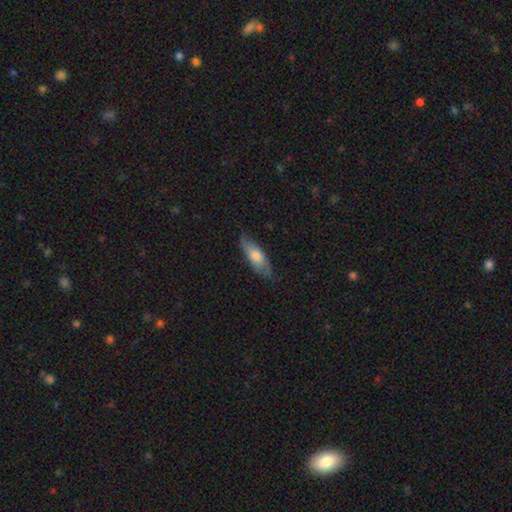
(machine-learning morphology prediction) Q: Smooth or featured?
A: smooth (66%); runner-up: featured or disk (29%)
Q: How rounded?
A: in between (62%); runner-up: cigar-shaped (36%)
Q: Merging?
A: none (79%); runner-up: minor disturbance (17%)